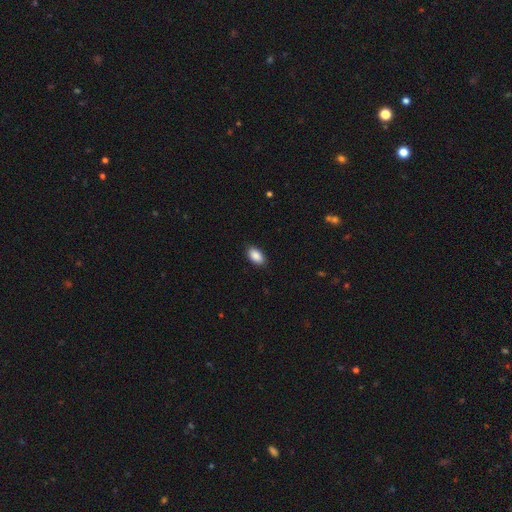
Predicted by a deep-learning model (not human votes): This is clearly a smooth galaxy (90%). How rounded: clearly in between (94%). Merging: clearly none (87%).